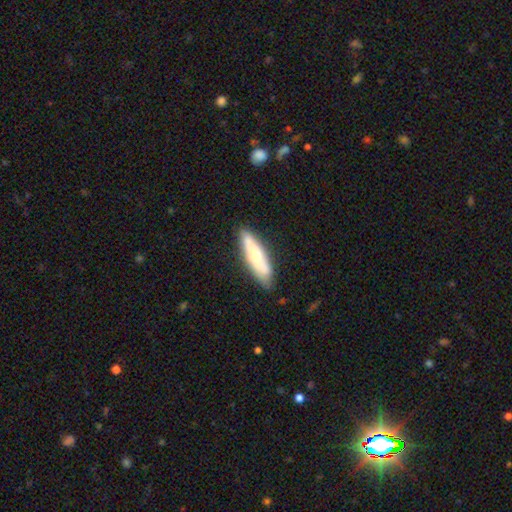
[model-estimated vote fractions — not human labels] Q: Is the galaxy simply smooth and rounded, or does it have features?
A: smooth — 52%.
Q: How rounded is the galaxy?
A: cigar-shaped — 63%.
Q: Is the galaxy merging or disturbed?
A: none — 79%.